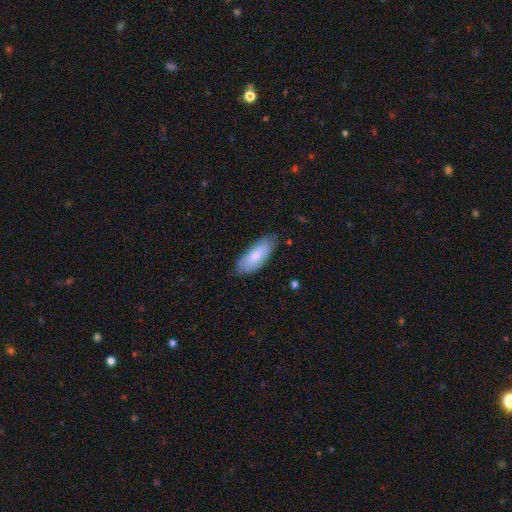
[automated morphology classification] This appears to be a smooth galaxy with no disk features (74%) that is in between round and cigar-shaped (78%). Merging: none (77%).